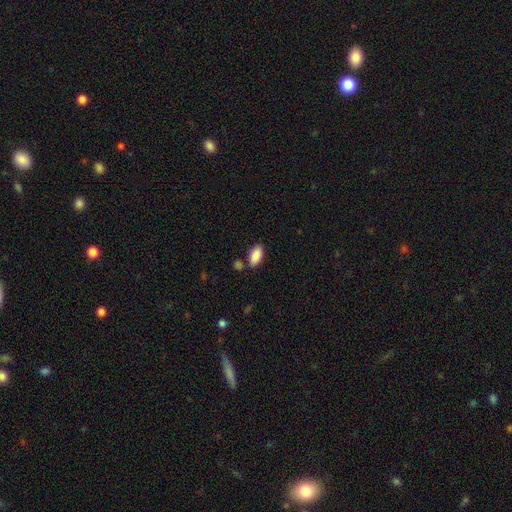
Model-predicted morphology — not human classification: This appears to be a smooth galaxy with no disk features (89%) that is in between round and cigar-shaped (93%). Merging: none (79%).